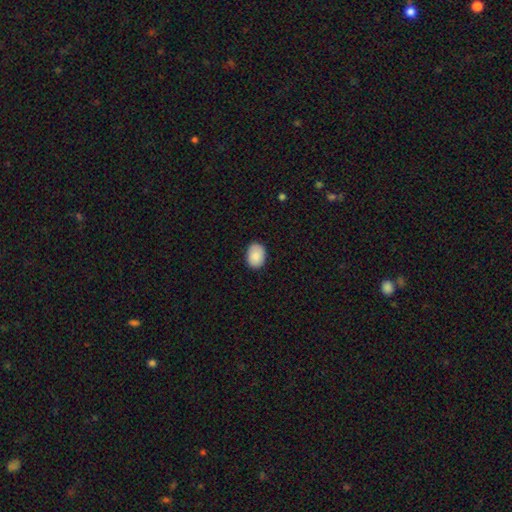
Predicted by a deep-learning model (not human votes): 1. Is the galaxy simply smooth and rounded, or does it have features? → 89% smooth, 7% star or artifact, 4% featured or disk.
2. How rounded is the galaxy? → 77% in between, 22% round, 1% cigar-shaped.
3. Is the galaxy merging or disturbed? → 86% none, 11% minor disturbance, 2% major disturbance, 1% merger.